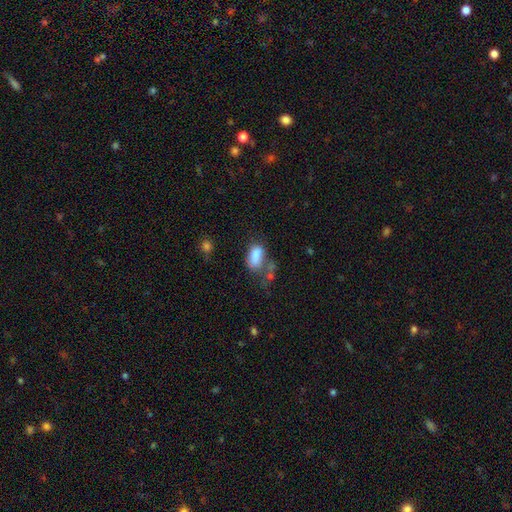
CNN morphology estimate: This appears to be a smooth galaxy with no disk features (80%) that is in between round and cigar-shaped (91%). Merging: none (33%).